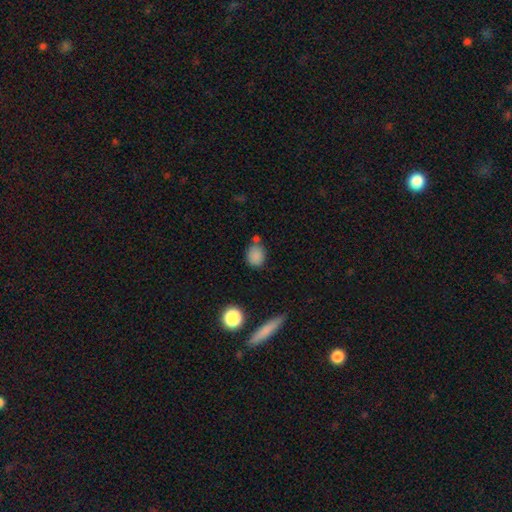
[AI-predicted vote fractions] Smooth or featured: smooth — 83% (star or artifact — 11%)
How rounded: round — 62% (in between — 36%)
Merging: none — 61% (minor disturbance — 18%)